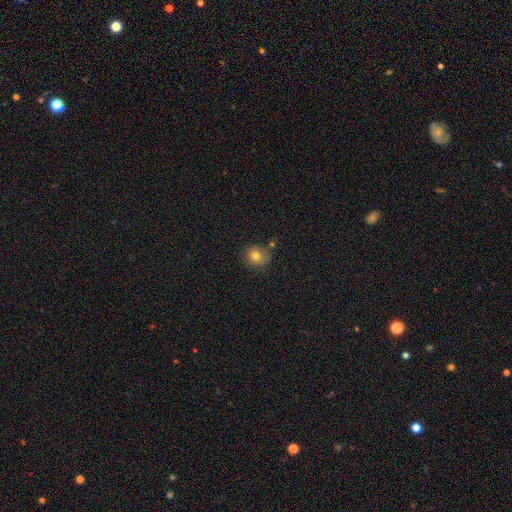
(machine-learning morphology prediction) Smooth or featured?
  - smooth: 77% *
  - star or artifact: 12%
  - featured or disk: 11%
How rounded?
  - round: 82% *
  - in between: 17%
  - cigar-shaped: 1%
Merging?
  - none: 70% *
  - minor disturbance: 18%
  - merger: 7%
  - major disturbance: 4%